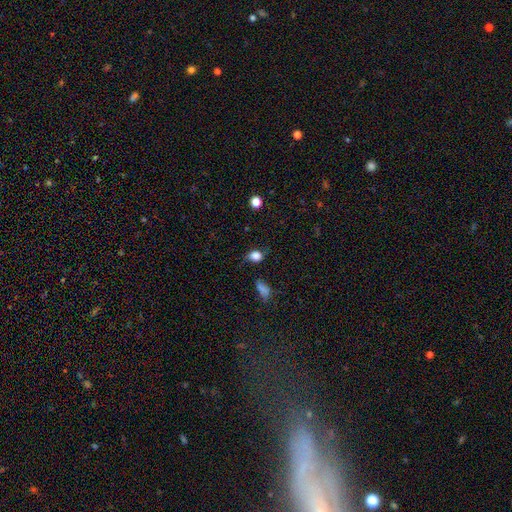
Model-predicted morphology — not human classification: smooth 78%, star or artifact 12%, featured or disk 10%. Down the decision tree: how rounded — in between (54%); merging — none (61%).